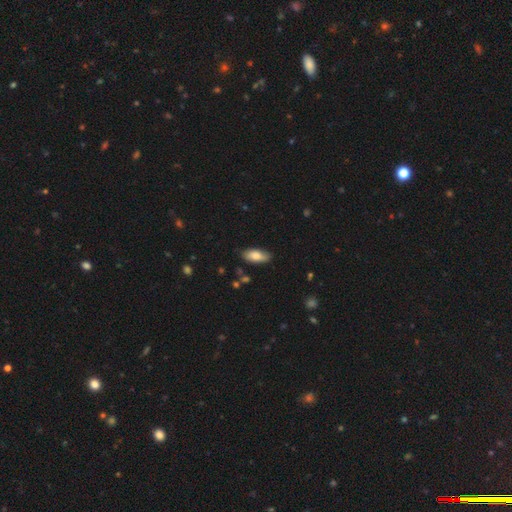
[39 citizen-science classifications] Smooth or featured?
  - smooth: 74% *
  - featured or disk: 18%
  - star or artifact: 8%
How rounded?
  - in between: 90% *
  - cigar-shaped: 10%
  - round: 0%
Merging?
  - none: 92% *
  - minor disturbance: 6%
  - major disturbance: 3%
  - merger: 0%